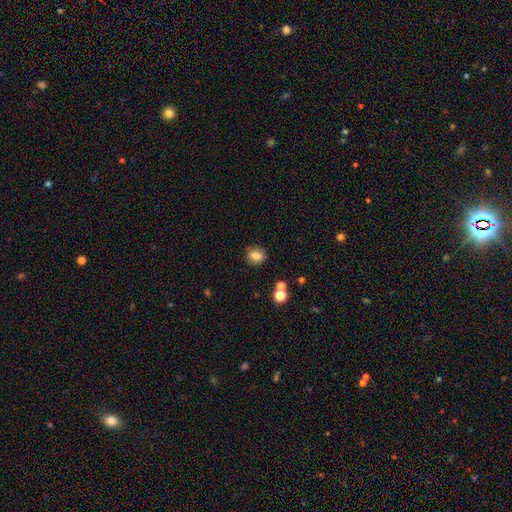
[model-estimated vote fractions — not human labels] smooth 77%, featured or disk 12%, star or artifact 11%. Down the decision tree: how rounded — round (59%); merging — none (83%).